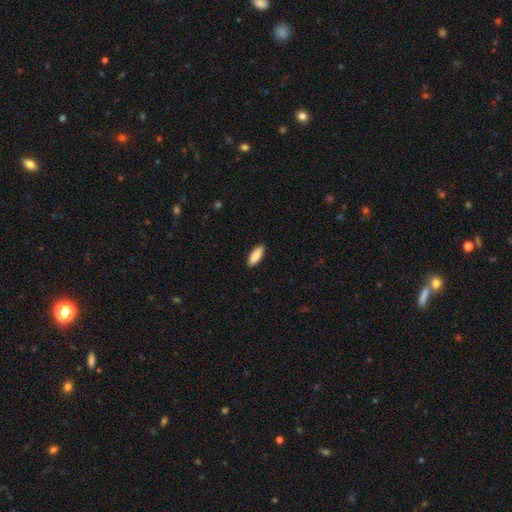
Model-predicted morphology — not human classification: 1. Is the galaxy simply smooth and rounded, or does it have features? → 89% smooth, 6% star or artifact, 6% featured or disk.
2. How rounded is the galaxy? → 69% in between, 29% cigar-shaped, 2% round.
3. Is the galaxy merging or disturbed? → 90% none, 8% minor disturbance, 2% major disturbance, 1% merger.